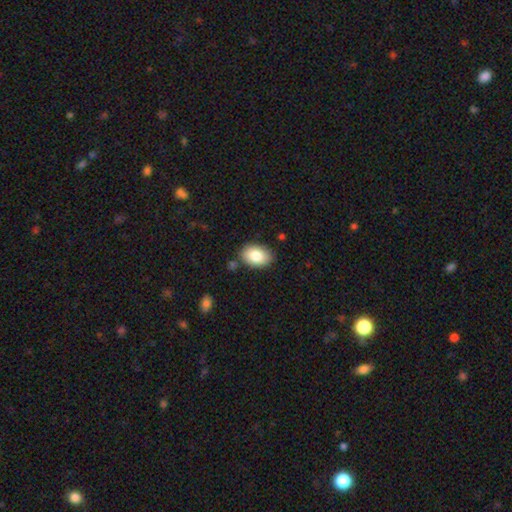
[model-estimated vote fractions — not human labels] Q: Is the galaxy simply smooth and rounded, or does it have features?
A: smooth — 84%.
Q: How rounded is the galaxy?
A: in between — 88%.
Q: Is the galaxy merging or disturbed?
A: none — 83%.